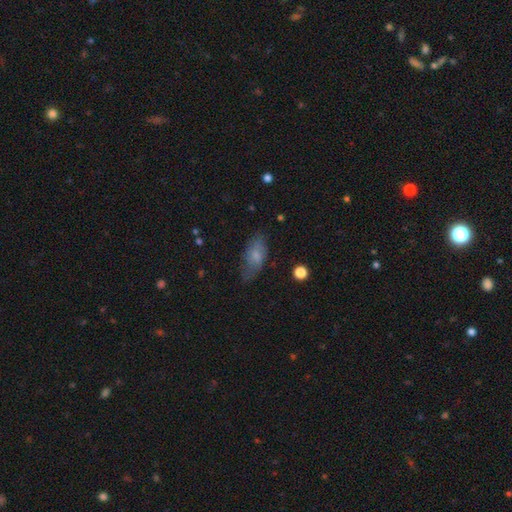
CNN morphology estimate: Q: Smooth or featured?
A: smooth (67%); runner-up: featured or disk (26%)
Q: How rounded?
A: in between (87%); runner-up: cigar-shaped (9%)
Q: Merging?
A: none (59%); runner-up: minor disturbance (27%)